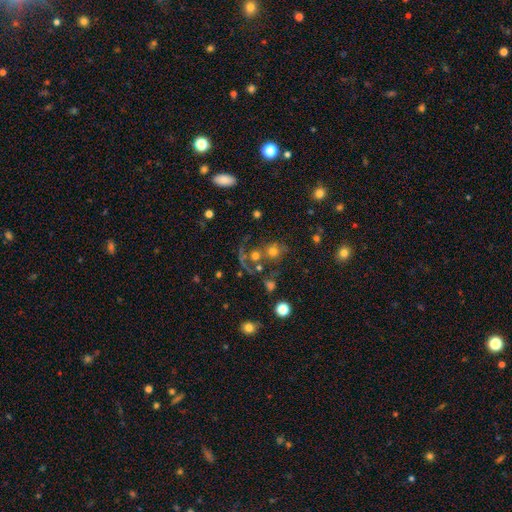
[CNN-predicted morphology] This is possibly a smooth galaxy (52%). How rounded: clearly round (82%). Merging: marginally merger (39%).